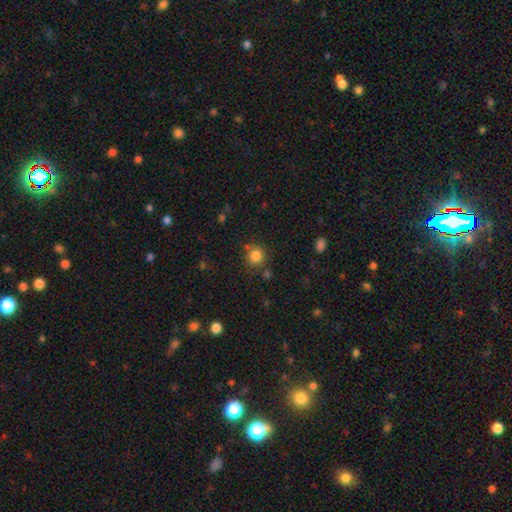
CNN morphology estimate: type=smooth (83%); roundness=round (90%); merging=none (78%).